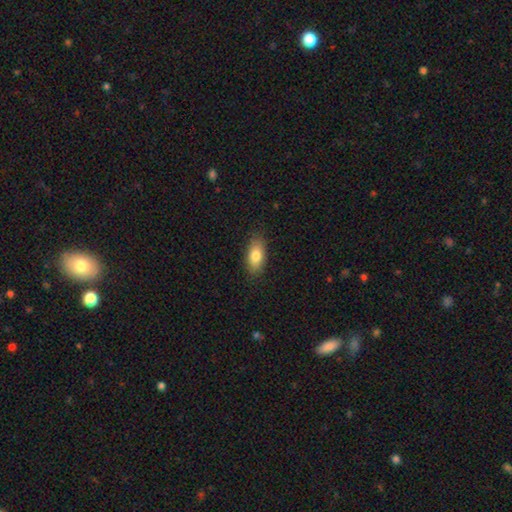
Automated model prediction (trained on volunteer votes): The model was most divided on "smooth or featured": smooth: 81%, featured or disk: 12%, star or artifact: 7%. More confident: how rounded — in between (86%); merging — none (85%).